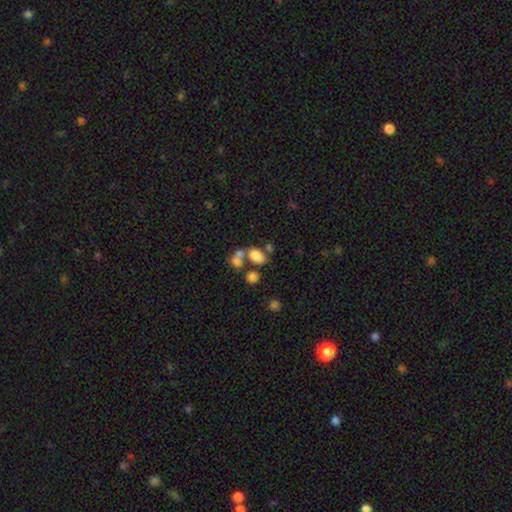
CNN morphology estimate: A smooth galaxy with no disk features (77%) that is in between round and cigar-shaped (83%). Merging: none (41%, tied with merger).